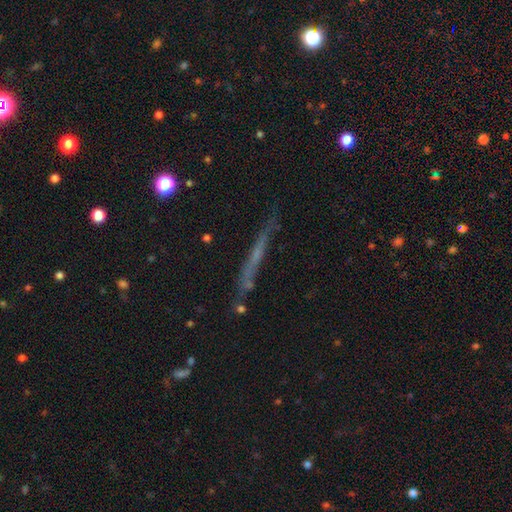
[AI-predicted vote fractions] A featured or disk galaxy (48%).

Vote fractions:
- Smooth or featured? featured or disk: 48% / smooth: 37% / star or artifact: 15%
- Merging? none: 77% / minor disturbance: 15% / major disturbance: 4% / merger: 4%